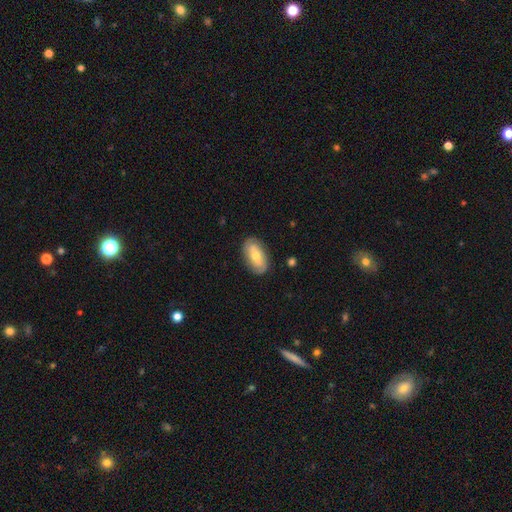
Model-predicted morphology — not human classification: smooth_or_featured: featured or disk (p=0.47) [tied with: smooth p=0.47]
merging: none (p=0.82) [alt: minor disturbance p=0.14]